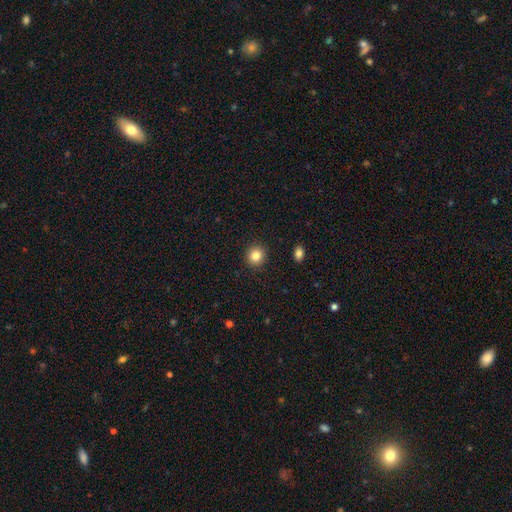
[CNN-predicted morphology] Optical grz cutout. It shows a smooth galaxy with no disk features (84%) that is round (89%). Merging: none (91%).